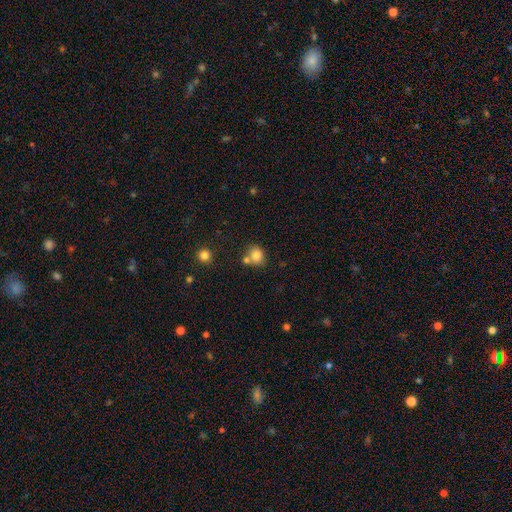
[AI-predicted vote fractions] Overall: smooth (82%). How rounded: round (73%). Merging: none (57%; merger 26%).